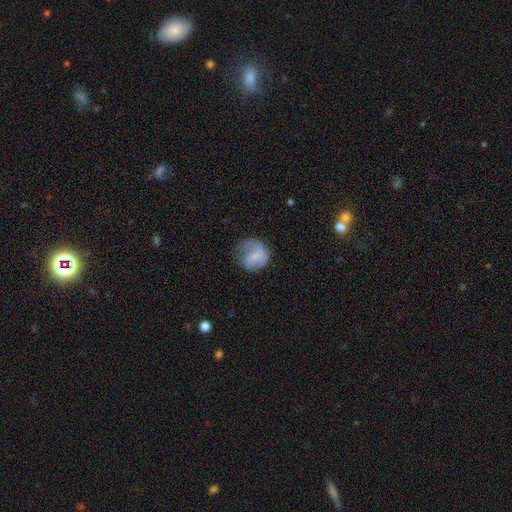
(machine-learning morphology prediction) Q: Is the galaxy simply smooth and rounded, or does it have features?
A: smooth — 61%.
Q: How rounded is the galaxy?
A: round — 77%.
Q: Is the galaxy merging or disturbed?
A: none — 41%.